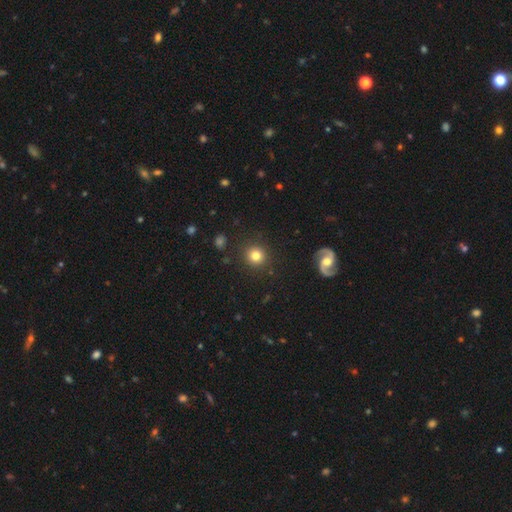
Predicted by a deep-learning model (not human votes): Q: Smooth or featured?
A: smooth (80%); runner-up: star or artifact (11%)
Q: How rounded?
A: round (93%); runner-up: in between (6%)
Q: Merging?
A: none (90%); runner-up: minor disturbance (6%)